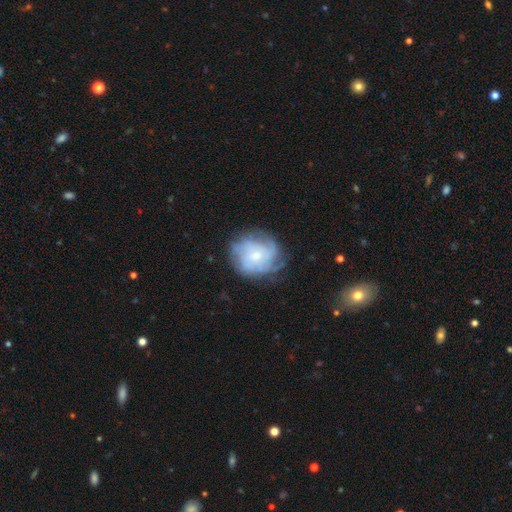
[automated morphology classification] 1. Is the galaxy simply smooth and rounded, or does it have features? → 60% featured or disk, 32% smooth, 8% star or artifact.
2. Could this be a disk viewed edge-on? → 97% no, 3% yes.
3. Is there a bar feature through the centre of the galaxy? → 71% no, 26% weak, 3% strong.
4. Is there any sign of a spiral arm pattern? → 77% yes, 23% no.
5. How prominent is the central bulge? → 56% small, 35% moderate, 5% none, 3% large, 1% dominant.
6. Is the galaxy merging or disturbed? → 65% none, 22% minor disturbance, 11% major disturbance, 2% merger.